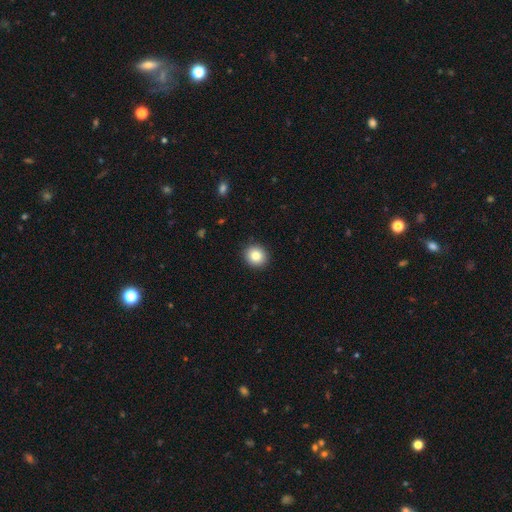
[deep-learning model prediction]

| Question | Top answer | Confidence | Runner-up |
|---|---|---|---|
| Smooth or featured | smooth | 84% | star or artifact (9%) |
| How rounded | round | 87% | in between (12%) |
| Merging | none | 92% | minor disturbance (6%) |